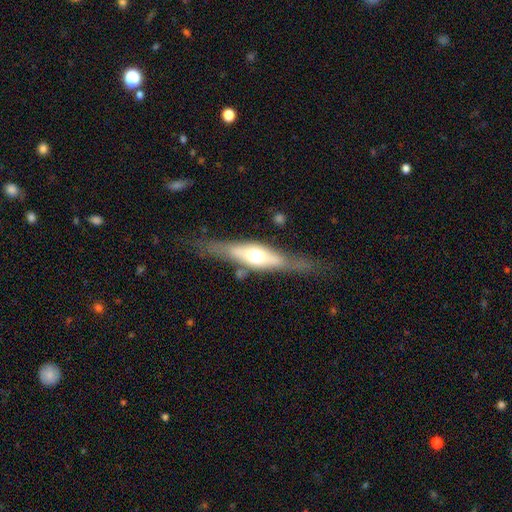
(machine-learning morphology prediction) The model was most divided on "smooth or featured": featured or disk: 64%, smooth: 31%, star or artifact: 5%. More confident: edge-on bulge — rounded (89%); edge-on disk — yes (86%); merging — none (73%).